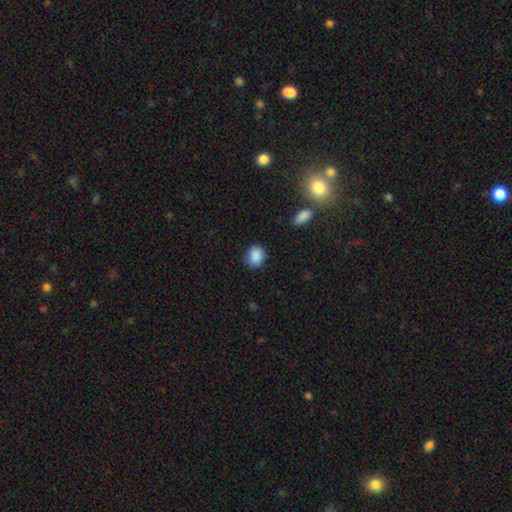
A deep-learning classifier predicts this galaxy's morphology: Smooth or featured?
  - smooth: 88% *
  - star or artifact: 8%
  - featured or disk: 4%
How rounded?
  - round: 64% *
  - in between: 35%
  - cigar-shaped: 1%
Merging?
  - none: 78% *
  - minor disturbance: 17%
  - major disturbance: 4%
  - merger: 2%